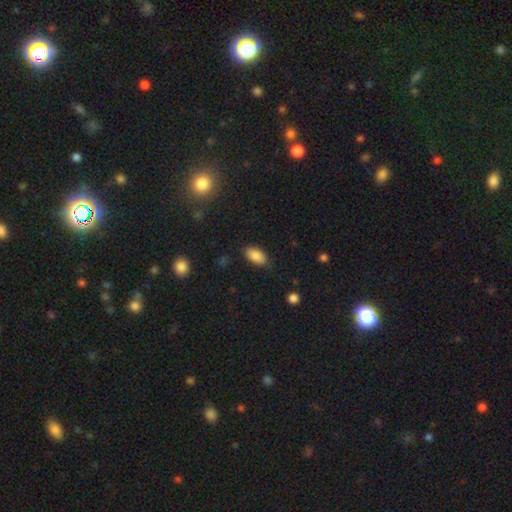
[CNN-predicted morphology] smooth_or_featured: smooth (p=0.85) [alt: star or artifact p=0.08]
how_rounded: in between (p=0.93) [alt: round p=0.04]
merging: none (p=0.81) [alt: minor disturbance p=0.14]